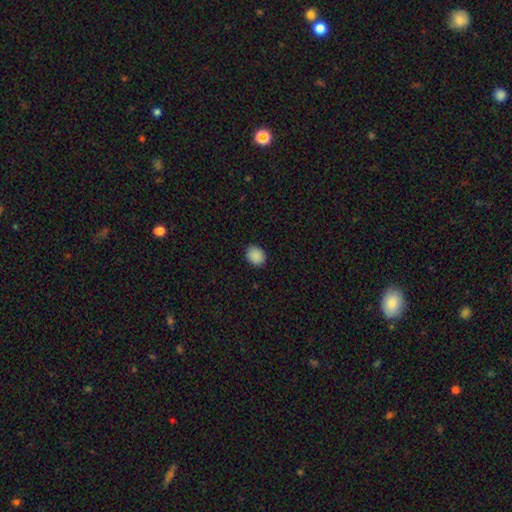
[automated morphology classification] Smooth or featured? smooth (89%)
How rounded? round (57%)
Merging? none (88%)